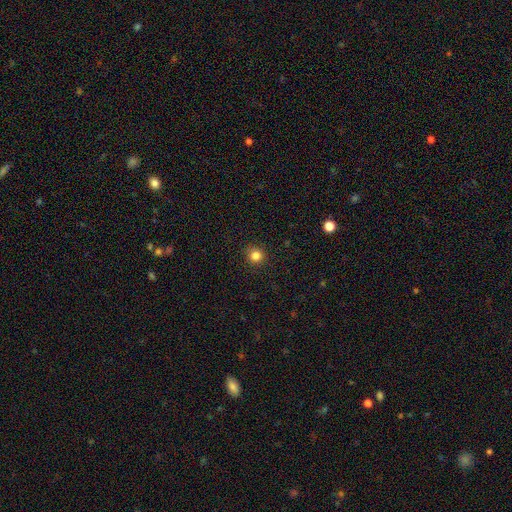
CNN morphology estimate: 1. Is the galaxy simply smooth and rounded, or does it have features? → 83% smooth, 13% star or artifact, 4% featured or disk.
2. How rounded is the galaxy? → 93% round, 6% in between, 1% cigar-shaped.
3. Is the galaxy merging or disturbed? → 91% none, 6% minor disturbance, 2% major disturbance, 1% merger.